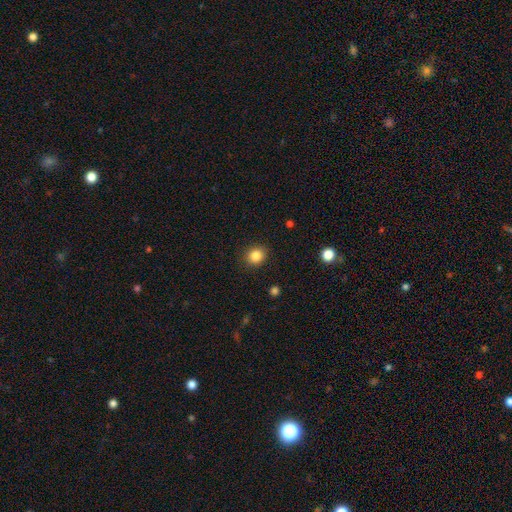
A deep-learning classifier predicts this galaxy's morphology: type=smooth (84%); roundness=round (76%); merging=none (89%).